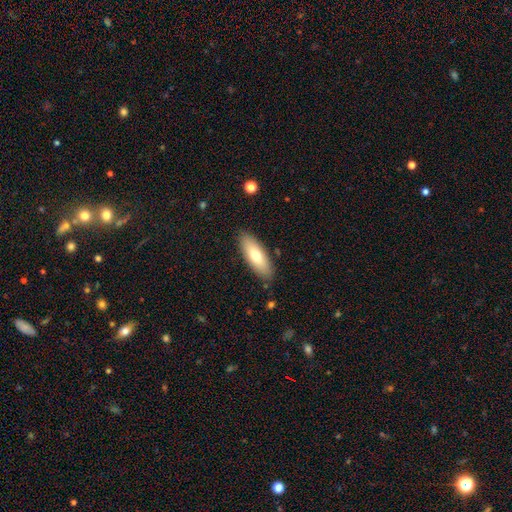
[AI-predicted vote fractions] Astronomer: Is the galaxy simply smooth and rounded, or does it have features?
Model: smooth — 70%.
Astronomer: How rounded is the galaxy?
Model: in between — 66%.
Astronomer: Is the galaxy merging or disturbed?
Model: none — 87%.